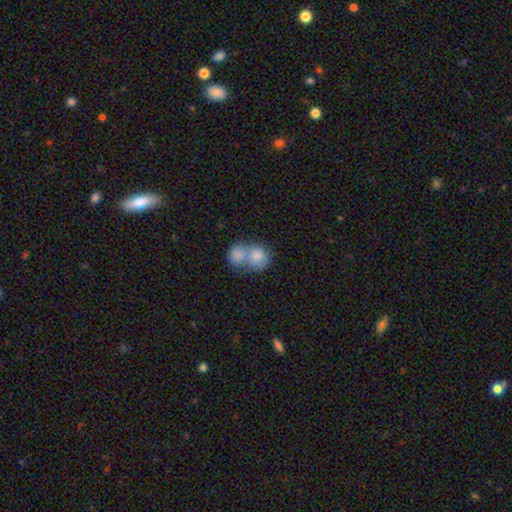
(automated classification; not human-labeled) Q: Smooth or featured?
A: smooth (80%); runner-up: featured or disk (12%)
Q: How rounded?
A: round (73%); runner-up: in between (26%)
Q: Merging?
A: merger (68%); runner-up: none (23%)